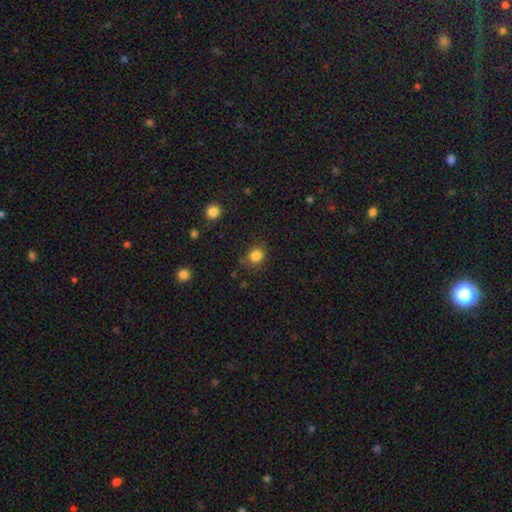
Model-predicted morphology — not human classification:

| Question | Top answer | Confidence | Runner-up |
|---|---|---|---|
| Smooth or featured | smooth | 84% | star or artifact (12%) |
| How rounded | round | 84% | in between (16%) |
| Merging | none | 80% | minor disturbance (13%) |